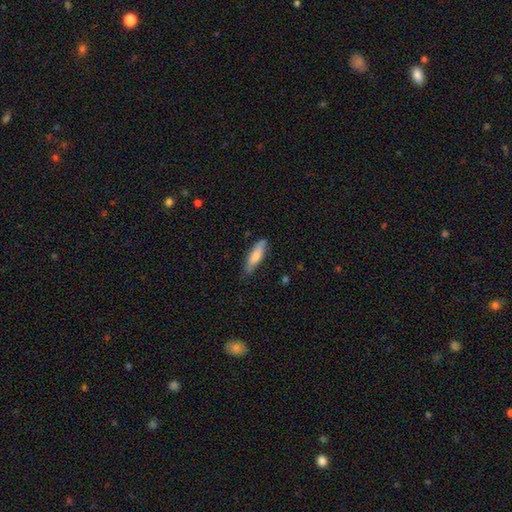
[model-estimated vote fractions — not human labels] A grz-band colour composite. It shows a smooth galaxy with no disk features (70%) that is cigar-shaped (58%). Merging: none (77%).